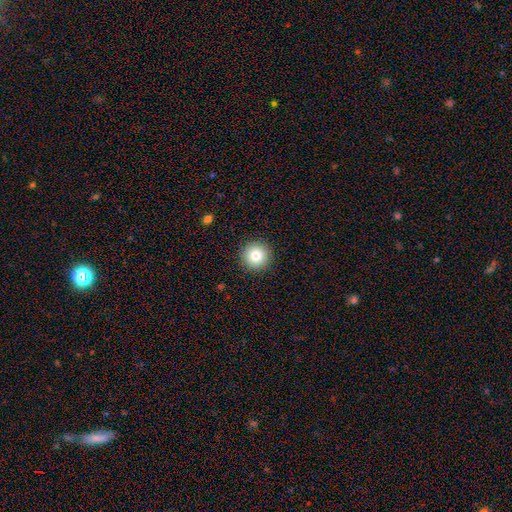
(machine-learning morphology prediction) A smooth galaxy with no disk features (81%) that is round (96%). Merging: none (92%).